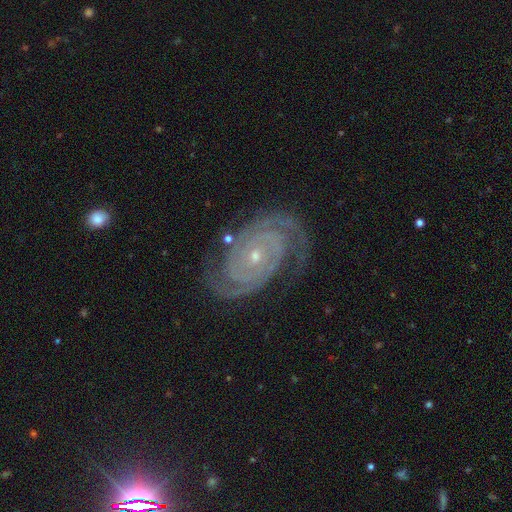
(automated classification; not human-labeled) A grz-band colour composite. It shows a featured or disk galaxy (91%) with no bar (77%), 2 (75%) tight (78%) spiral arms (99%) and a small central bulge (78%). Merging: none (79%).